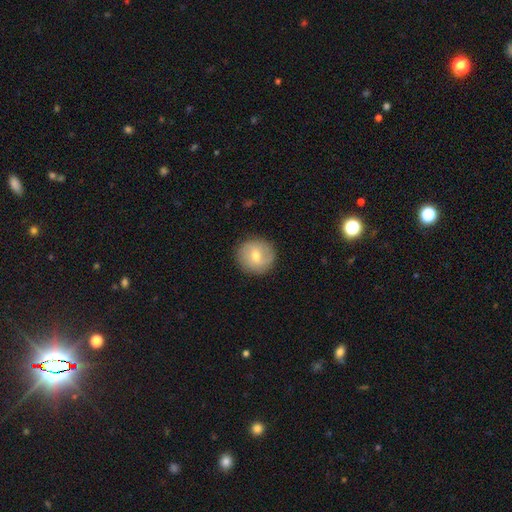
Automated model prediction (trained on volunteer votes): smooth_or_featured: smooth (p=0.54) [alt: featured or disk p=0.38]
how_rounded: round (p=0.93) [alt: in between p=0.06]
merging: none (p=0.87) [alt: minor disturbance p=0.09]